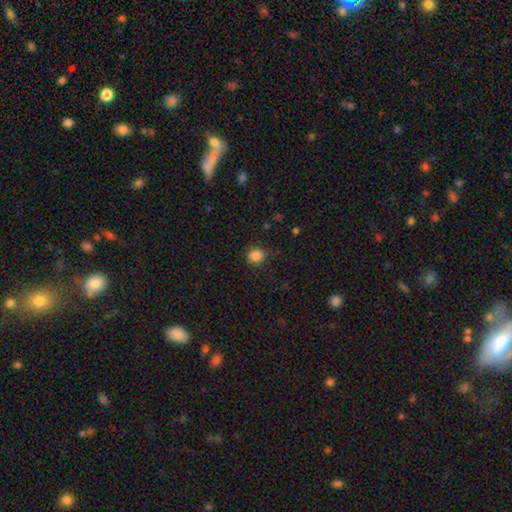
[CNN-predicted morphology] type=smooth (85%); roundness=round (85%); merging=none (81%).